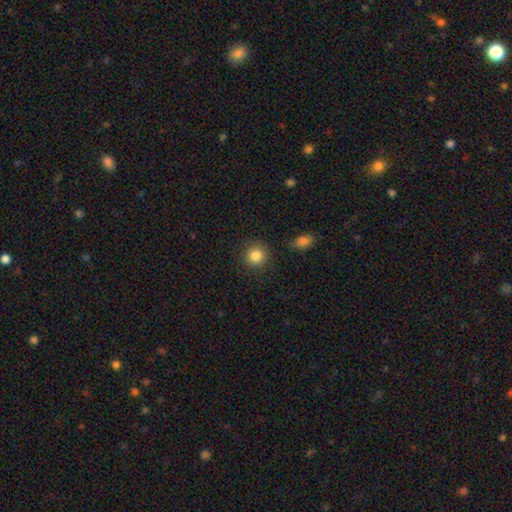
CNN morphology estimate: Smooth or featured?
  - smooth: 85% *
  - star or artifact: 10%
  - featured or disk: 5%
How rounded?
  - round: 92% *
  - in between: 7%
  - cigar-shaped: 1%
Merging?
  - none: 88% *
  - minor disturbance: 7%
  - major disturbance: 3%
  - merger: 2%